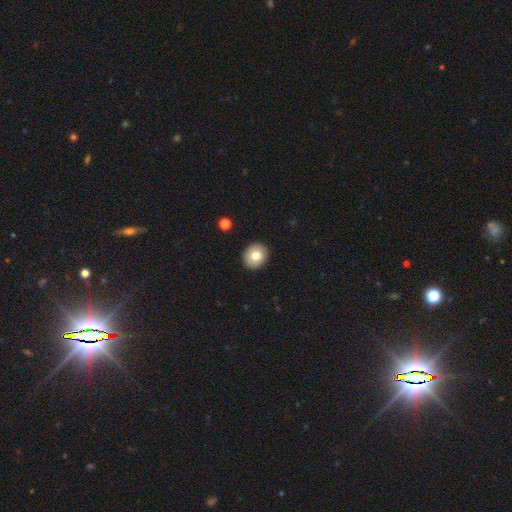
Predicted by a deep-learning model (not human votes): Smooth or featured? Predicted: smooth (p=0.77). How rounded? Predicted: round (p=0.74). Merging? Predicted: none (p=0.91).